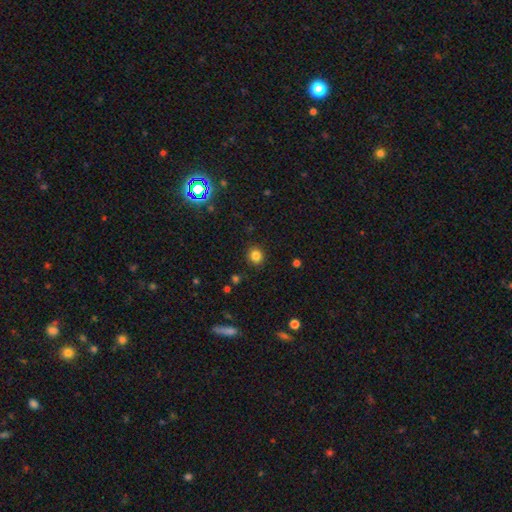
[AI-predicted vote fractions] Smooth or featured?
  - smooth: 82% *
  - star or artifact: 13%
  - featured or disk: 5%
How rounded?
  - round: 84% *
  - in between: 15%
  - cigar-shaped: 1%
Merging?
  - none: 89% *
  - minor disturbance: 7%
  - major disturbance: 2%
  - merger: 1%